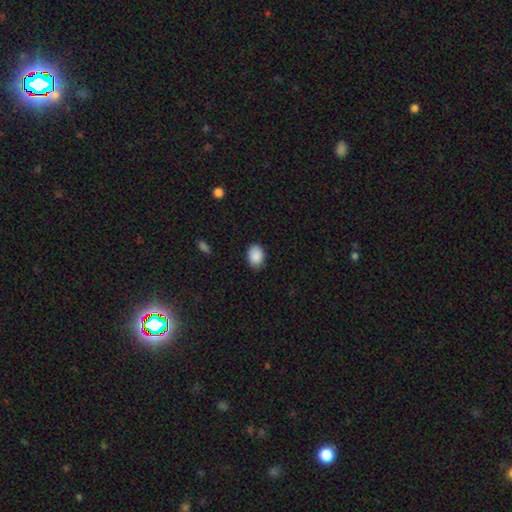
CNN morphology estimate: Smooth or featured? Predicted: smooth (p=0.89). How rounded? Predicted: in between (p=0.78). Merging? Predicted: none (p=0.82).